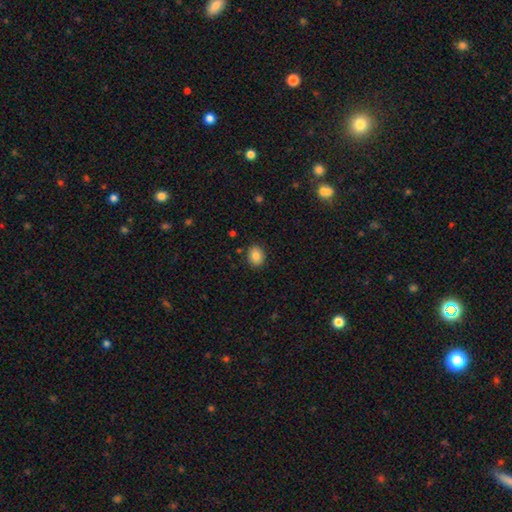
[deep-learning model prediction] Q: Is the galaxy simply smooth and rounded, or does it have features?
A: smooth — 85%.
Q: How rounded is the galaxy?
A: round — 57%.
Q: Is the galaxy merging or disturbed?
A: none — 88%.